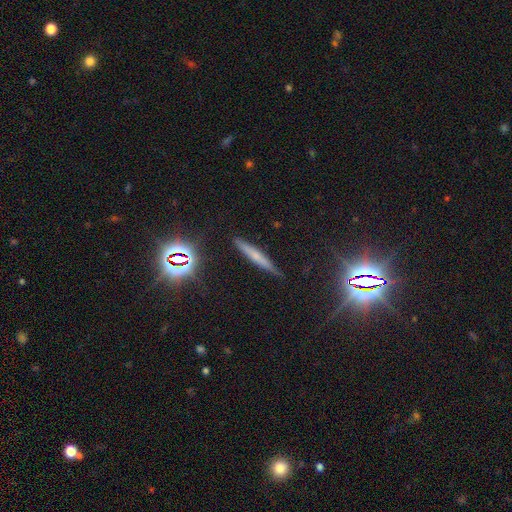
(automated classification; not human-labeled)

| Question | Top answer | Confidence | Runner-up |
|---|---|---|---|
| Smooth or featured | smooth | 46% | featured or disk (34%) |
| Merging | none | 85% | minor disturbance (11%) |